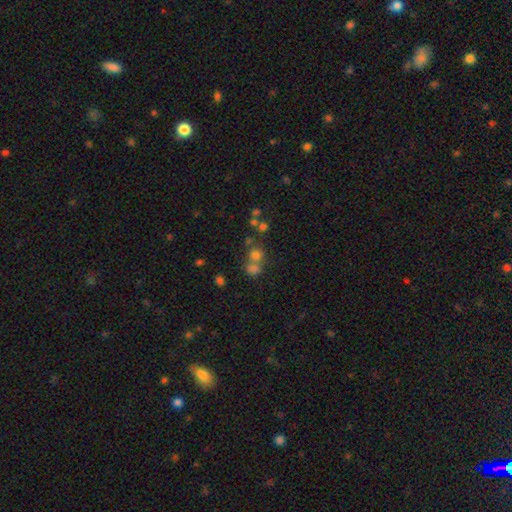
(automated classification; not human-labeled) This is likely a smooth galaxy (67%). How rounded: likely round (80%). Merging: possibly none (48%).